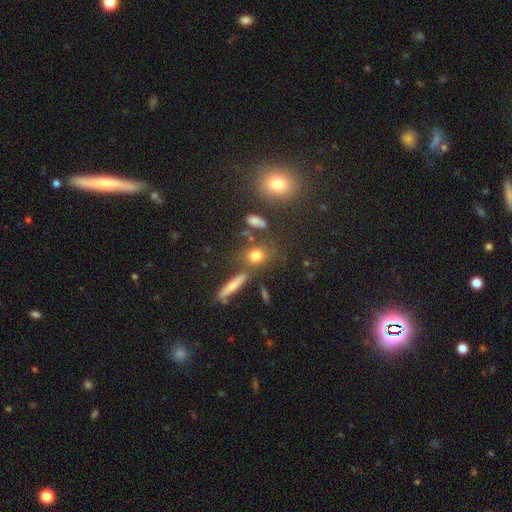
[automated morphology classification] Smooth or featured: smooth — 73% (star or artifact — 15%)
How rounded: round — 62% (in between — 31%)
Merging: none — 70% (merger — 13%)